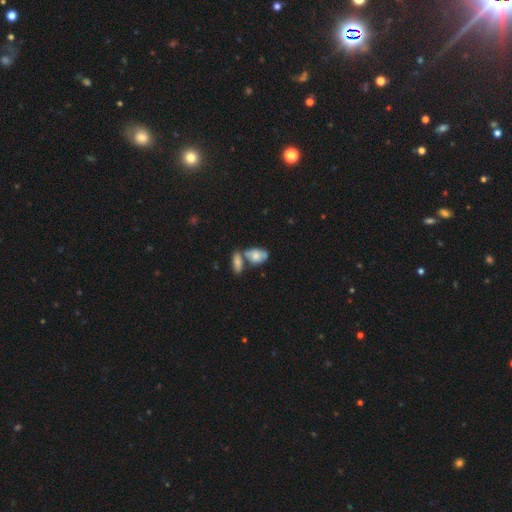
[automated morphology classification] smooth 65%, featured or disk 27%, star or artifact 8%. Down the decision tree: how rounded — in between (86%); merging — merger (46%).